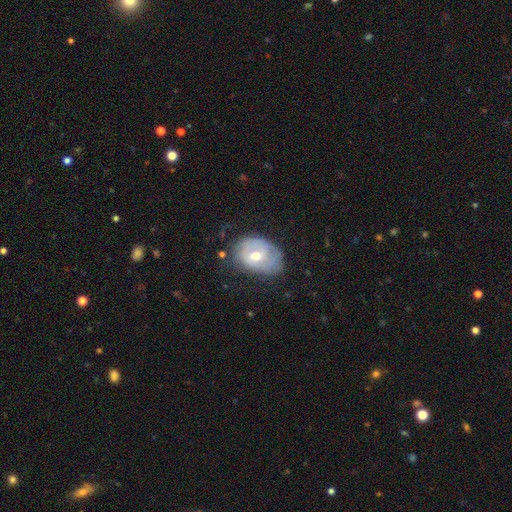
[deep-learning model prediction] Overall: featured or disk (58%; smooth 35%). Edge-on disk: no (95%). Bar: no (47%; weak 44%). Spiral arms: yes (66%; no 34%). Bulge size: moderate (67%). Merging: none (61%; minor disturbance 28%).